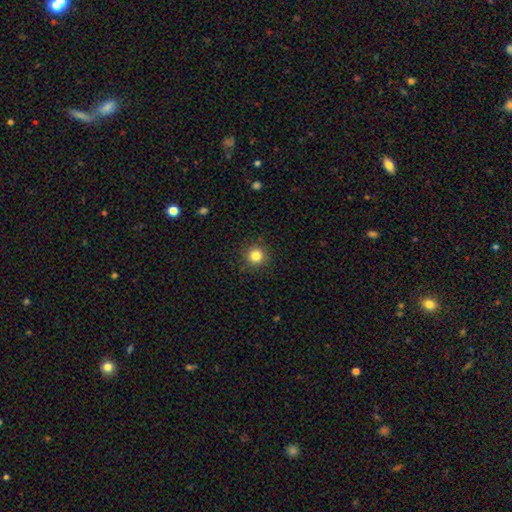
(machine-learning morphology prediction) This is clearly a smooth galaxy (83%). How rounded: clearly round (95%). Merging: clearly none (91%).